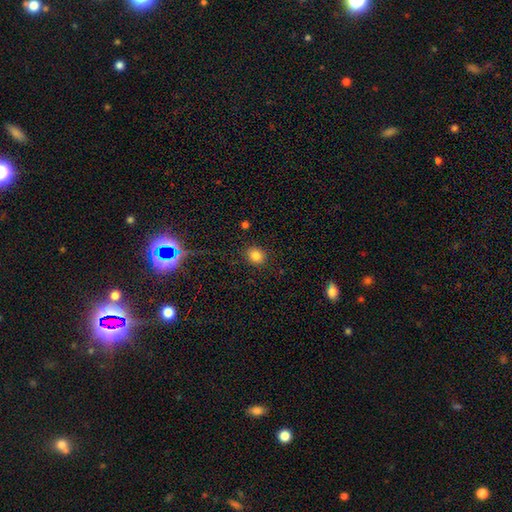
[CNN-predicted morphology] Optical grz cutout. It shows a smooth galaxy with no disk features (83%) that is round (71%). Merging: none (88%).